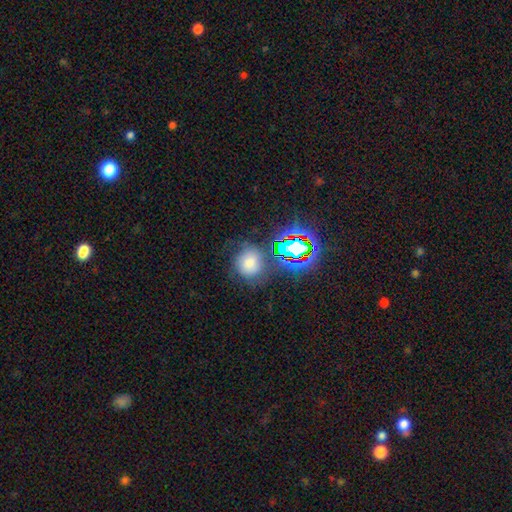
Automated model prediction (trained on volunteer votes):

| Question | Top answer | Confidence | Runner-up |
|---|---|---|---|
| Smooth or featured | star or artifact | 63% | smooth (28%) |